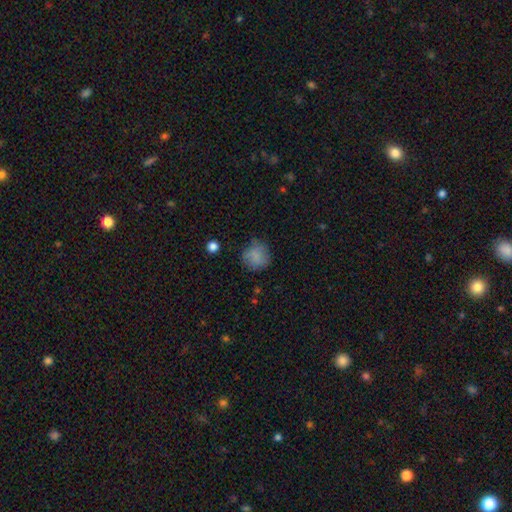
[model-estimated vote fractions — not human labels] The model was most divided on "merging": none: 70%, minor disturbance: 21%, major disturbance: 8%, merger: 2%. More confident: how rounded — round (85%); smooth or featured — smooth (79%).